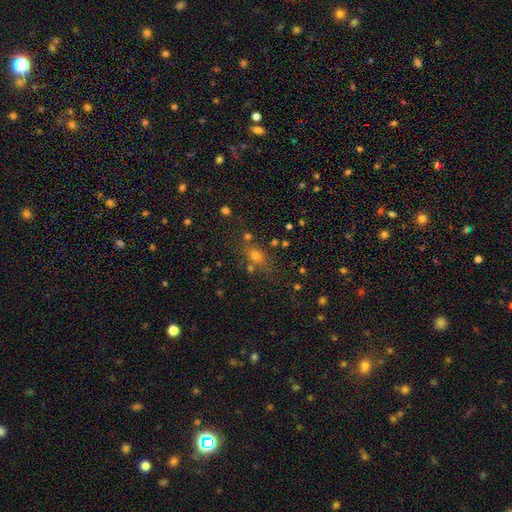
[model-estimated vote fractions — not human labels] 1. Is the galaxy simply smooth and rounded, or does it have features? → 59% smooth, 29% star or artifact, 13% featured or disk.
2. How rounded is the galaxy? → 48% in between, 42% round, 10% cigar-shaped.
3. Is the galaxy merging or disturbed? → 70% none, 14% minor disturbance, 10% merger, 6% major disturbance.